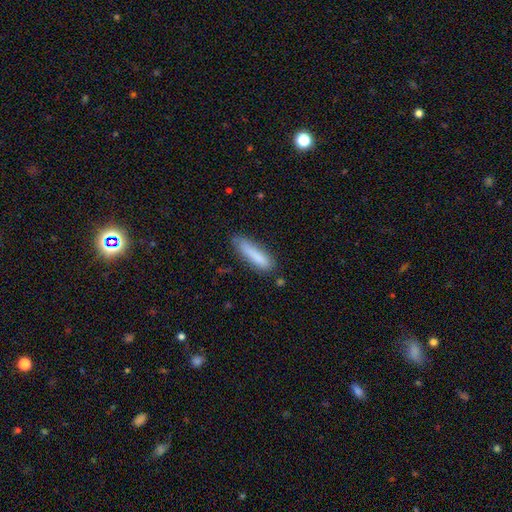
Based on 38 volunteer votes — This is clearly a smooth galaxy (89%). How rounded: likely cigar-shaped (71%). Merging: likely none (61%).